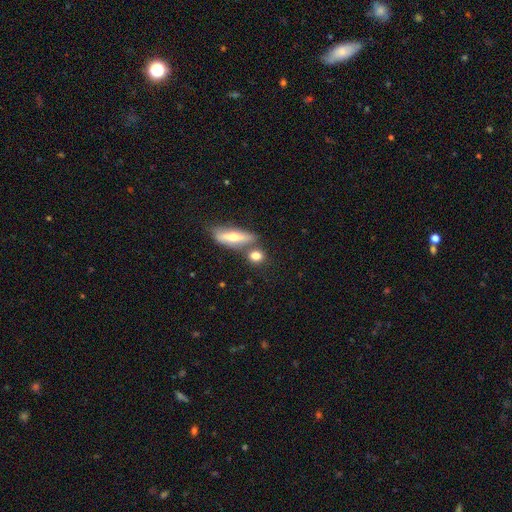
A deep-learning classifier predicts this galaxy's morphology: smooth-or-featured: smooth: 74% | featured or disk: 16% | star or artifact: 9%
  how-rounded: round: 57% | in between: 31% | cigar-shaped: 12%
  merging: none: 63% | merger: 22% | minor disturbance: 11% | major disturbance: 4%